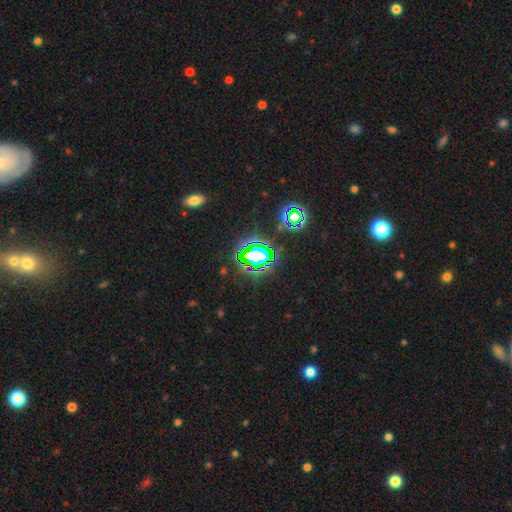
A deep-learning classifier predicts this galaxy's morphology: This appears to be a star or artifact, not a galaxy (72%).